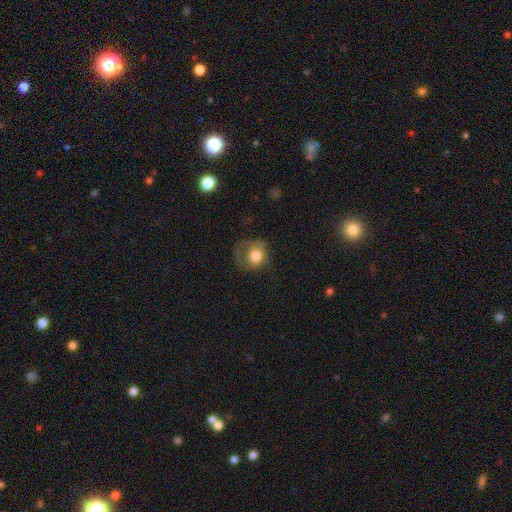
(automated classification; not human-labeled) A smooth galaxy with no disk features (73%) that is round (75%). Merging: none (42%).